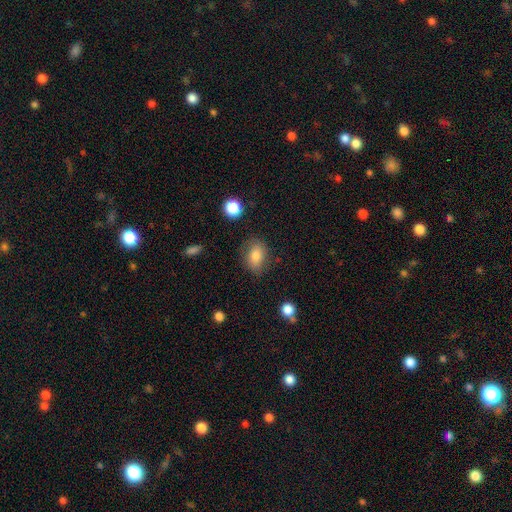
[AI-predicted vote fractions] This is likely a smooth galaxy (77%). How rounded: likely in between (75%). Merging: likely none (73%).